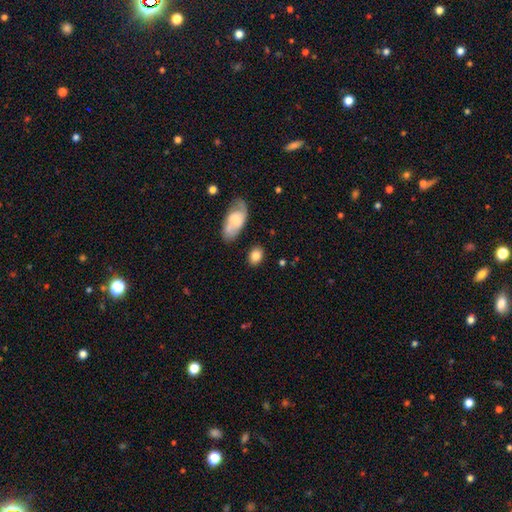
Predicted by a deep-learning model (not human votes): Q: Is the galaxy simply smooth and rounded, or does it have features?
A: smooth — 82%.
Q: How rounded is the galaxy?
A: in between — 72%.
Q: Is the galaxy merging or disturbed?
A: none — 80%.